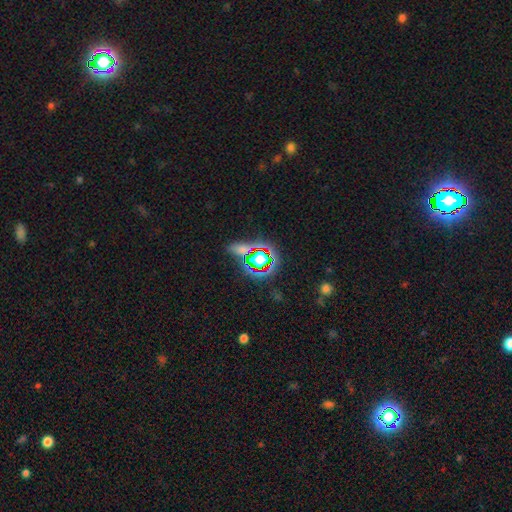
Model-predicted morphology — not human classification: Smooth or featured: star or artifact — 72% (smooth — 17%)